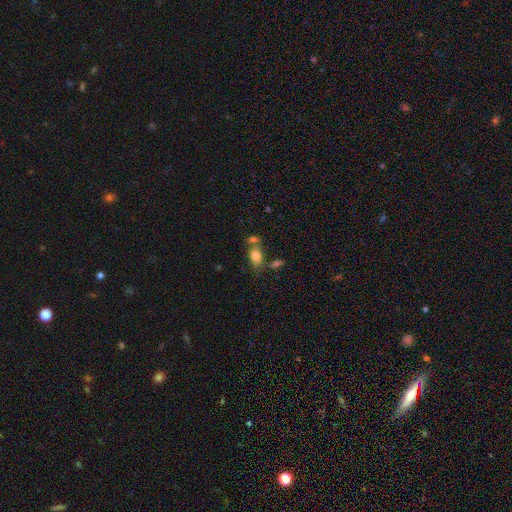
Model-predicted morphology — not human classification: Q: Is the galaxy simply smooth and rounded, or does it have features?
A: smooth — 78%.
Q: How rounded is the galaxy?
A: in between — 83%.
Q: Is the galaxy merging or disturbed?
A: none — 51%.